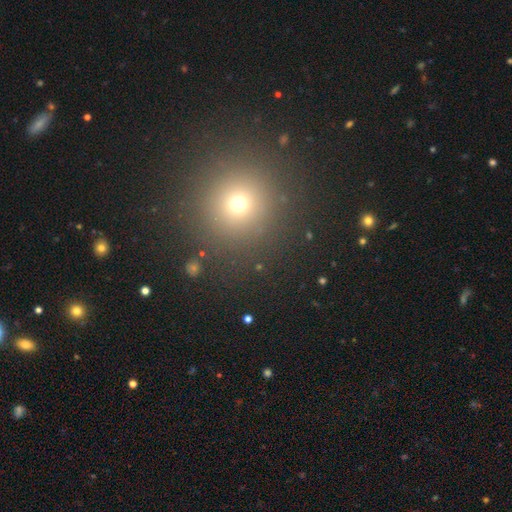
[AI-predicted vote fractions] Morphology: type=smooth (57%); roundness=round (94%); merging=none (92%).